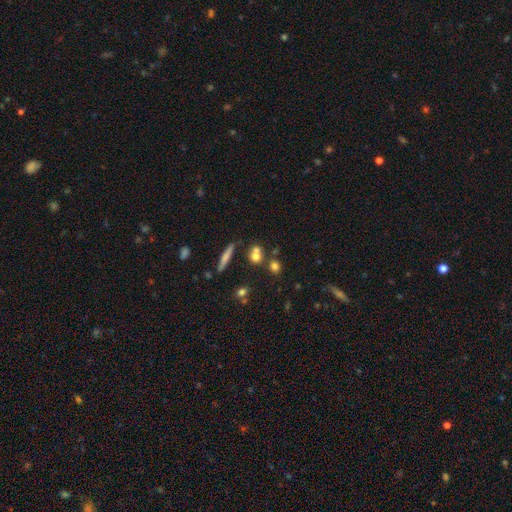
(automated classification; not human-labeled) Q: Smooth or featured?
A: smooth (67%); runner-up: featured or disk (17%)
Q: How rounded?
A: round (71%); runner-up: in between (20%)
Q: Merging?
A: none (52%); runner-up: merger (36%)